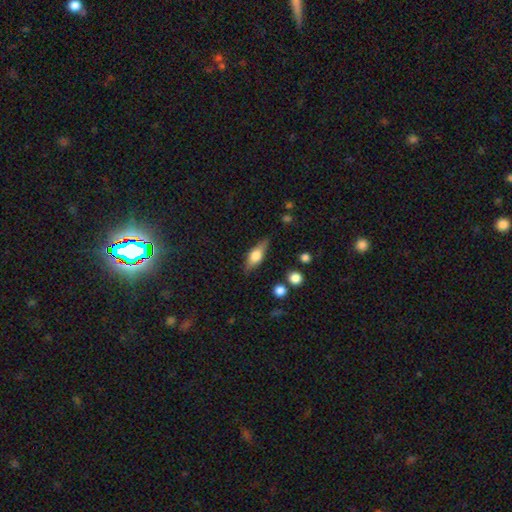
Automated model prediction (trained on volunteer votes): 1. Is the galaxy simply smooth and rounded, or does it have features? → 55% smooth, 38% featured or disk, 7% star or artifact.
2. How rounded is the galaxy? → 66% in between, 29% cigar-shaped, 4% round.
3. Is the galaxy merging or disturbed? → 80% none, 14% minor disturbance, 3% major disturbance, 2% merger.